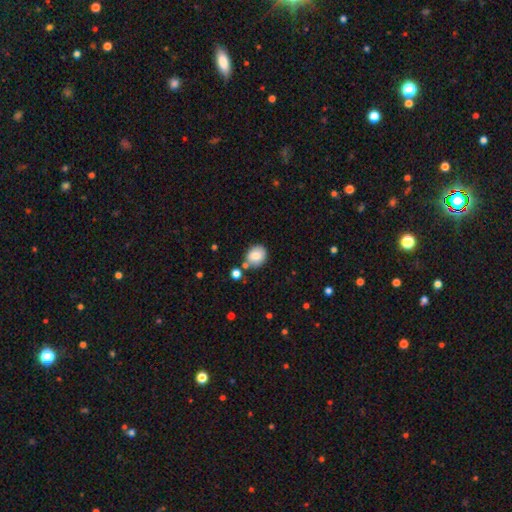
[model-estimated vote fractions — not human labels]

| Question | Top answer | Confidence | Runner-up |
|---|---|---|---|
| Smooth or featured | smooth | 82% | featured or disk (9%) |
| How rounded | round | 72% | in between (27%) |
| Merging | none | 74% | minor disturbance (13%) |